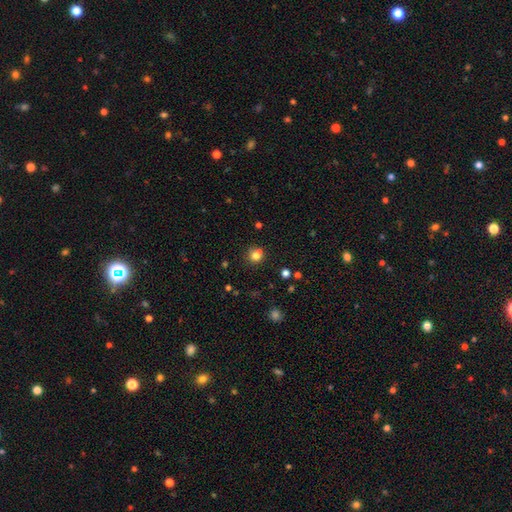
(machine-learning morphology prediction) type=smooth (77%); roundness=round (85%); merging=none (69%).